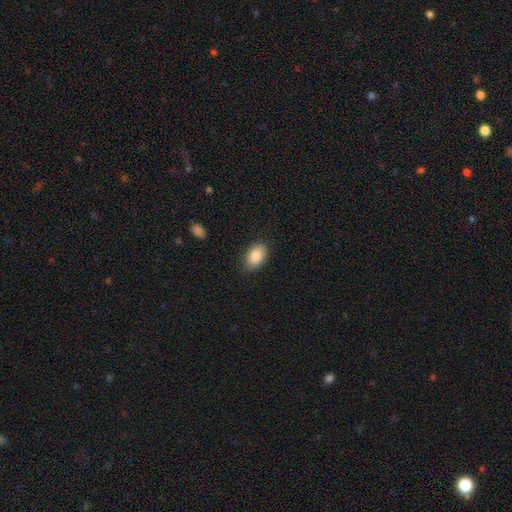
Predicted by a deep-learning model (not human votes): A smooth galaxy with no disk features (87%) that is in between round and cigar-shaped (89%).

Vote fractions:
- Smooth or featured? smooth: 87% / star or artifact: 7% / featured or disk: 6%
- How rounded? in between: 89% / round: 10% / cigar-shaped: 1%
- Merging? none: 84% / minor disturbance: 12% / major disturbance: 3% / merger: 1%